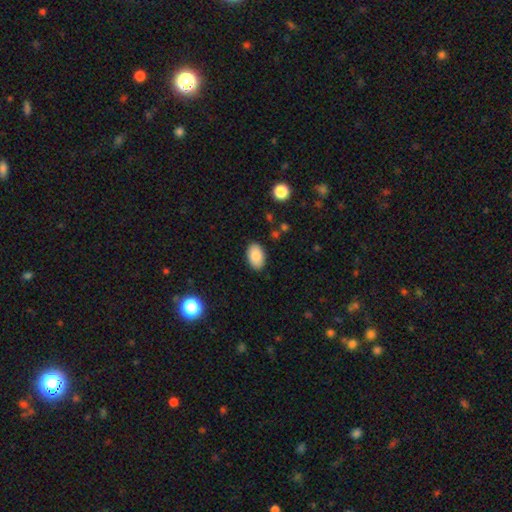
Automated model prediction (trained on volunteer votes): Morphology: type=smooth (85%); roundness=in between (92%); merging=none (88%).